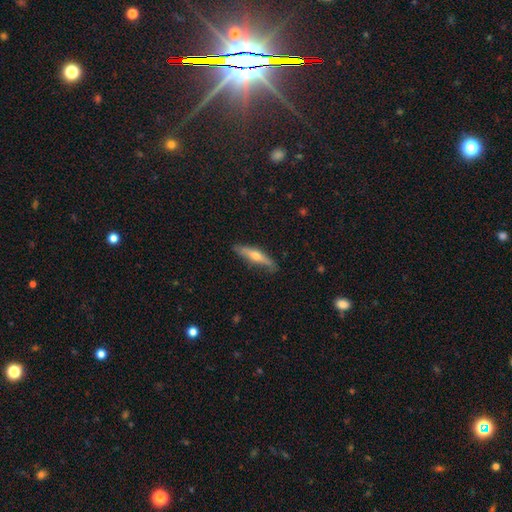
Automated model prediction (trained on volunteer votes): A featured or disk galaxy (56%) viewed edge-on (91%) with a rounded central bulge (89%).

Vote fractions:
- Smooth or featured? featured or disk: 56% / smooth: 37% / star or artifact: 7%
- Edge-on disk? yes: 91% / no: 9%
- Edge-on bulge? rounded: 89% / none: 7% / boxy: 4%
- Merging? none: 83% / minor disturbance: 13% / major disturbance: 2% / merger: 1%